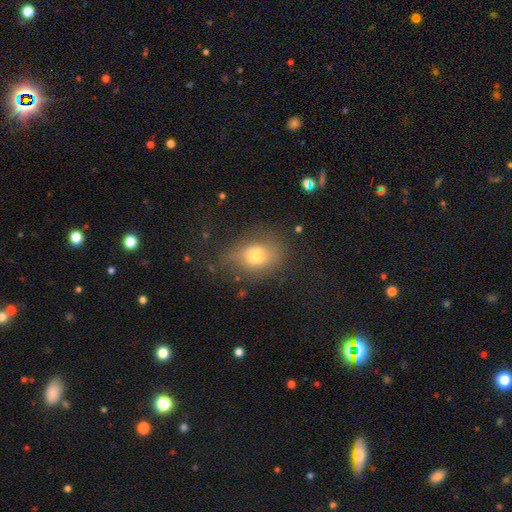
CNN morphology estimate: Smooth or featured?
  - smooth: 70% *
  - featured or disk: 18%
  - star or artifact: 13%
How rounded?
  - in between: 58% *
  - round: 40%
  - cigar-shaped: 2%
Merging?
  - none: 66% *
  - minor disturbance: 22%
  - major disturbance: 10%
  - merger: 2%